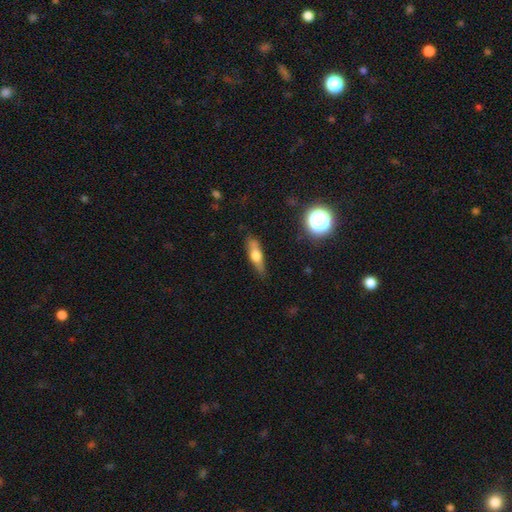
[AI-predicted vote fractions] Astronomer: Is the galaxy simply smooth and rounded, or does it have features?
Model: smooth — 52% (runner-up: featured or disk, 39%).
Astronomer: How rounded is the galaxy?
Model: cigar-shaped — 61%.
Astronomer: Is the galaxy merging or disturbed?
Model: none — 75%.